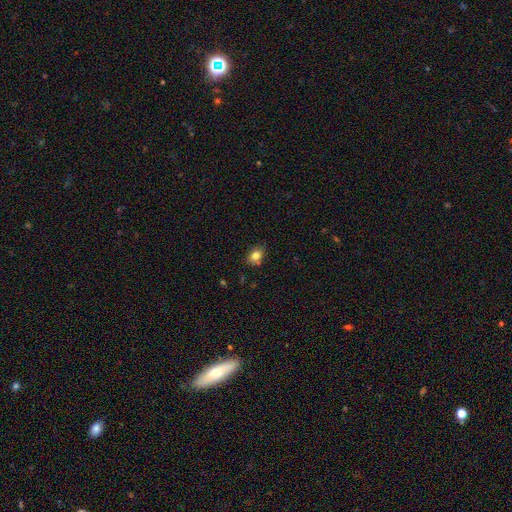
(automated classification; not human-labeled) smooth_or_featured: smooth (p=0.82) [alt: star or artifact p=0.11]
how_rounded: in between (p=0.62) [alt: round p=0.37]
merging: none (p=0.78) [alt: minor disturbance p=0.17]